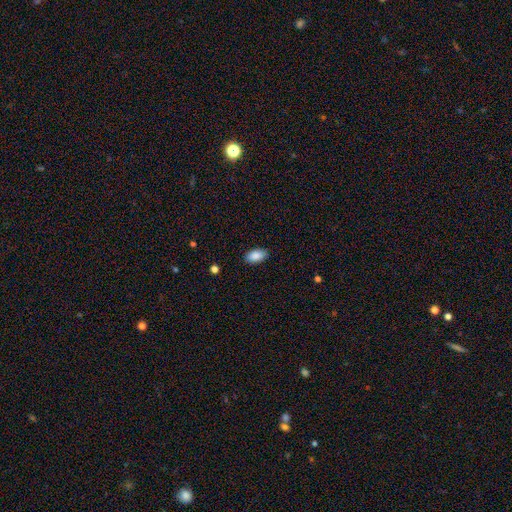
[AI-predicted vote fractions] Q: Smooth or featured?
A: smooth (89%); runner-up: star or artifact (7%)
Q: How rounded?
A: in between (94%); runner-up: round (4%)
Q: Merging?
A: none (87%); runner-up: minor disturbance (10%)